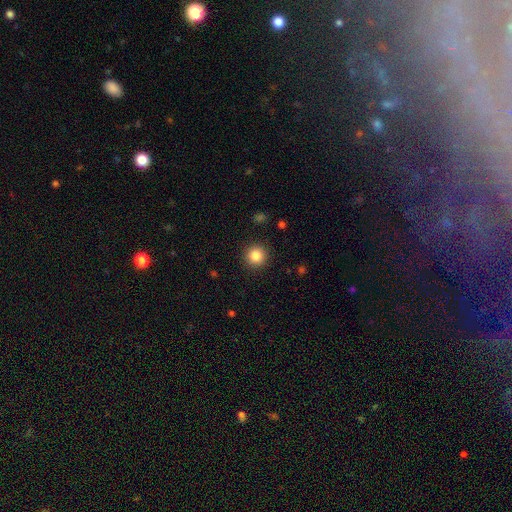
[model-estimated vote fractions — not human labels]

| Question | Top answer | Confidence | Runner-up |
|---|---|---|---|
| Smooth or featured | smooth | 85% | star or artifact (10%) |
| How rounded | round | 95% | in between (4%) |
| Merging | none | 92% | minor disturbance (5%) |